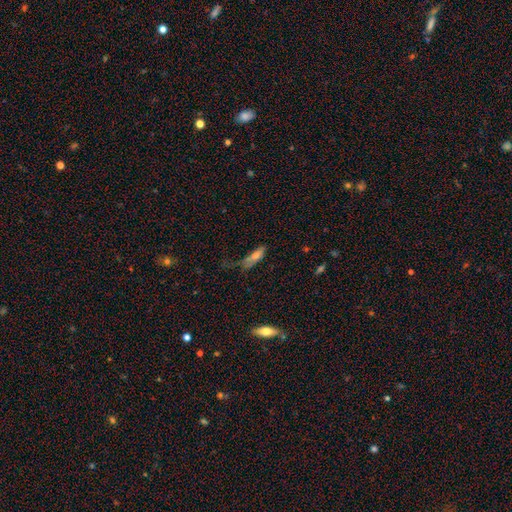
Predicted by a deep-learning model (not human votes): Smooth or featured?
  - smooth: 63% *
  - featured or disk: 28%
  - star or artifact: 9%
How rounded?
  - cigar-shaped: 52% *
  - in between: 45%
  - round: 3%
Merging?
  - none: 38% *
  - minor disturbance: 32%
  - major disturbance: 25%
  - merger: 5%